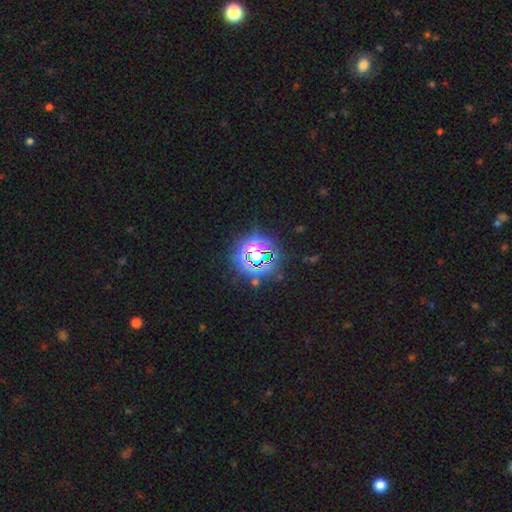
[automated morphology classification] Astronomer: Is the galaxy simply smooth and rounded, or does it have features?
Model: star or artifact — 72%.